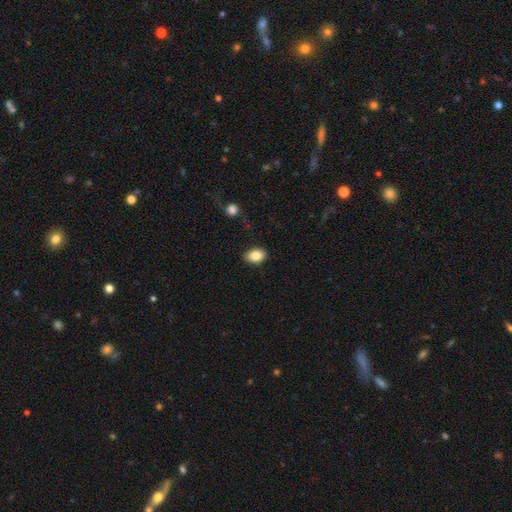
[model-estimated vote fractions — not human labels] Smooth or featured?
  - smooth: 85% *
  - star or artifact: 8%
  - featured or disk: 7%
How rounded?
  - in between: 85% *
  - round: 14%
  - cigar-shaped: 1%
Merging?
  - none: 87% *
  - minor disturbance: 9%
  - major disturbance: 2%
  - merger: 1%